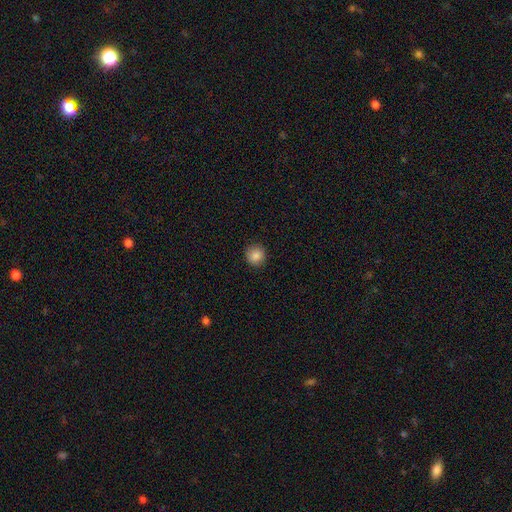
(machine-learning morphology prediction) The model was most divided on "smooth or featured": smooth: 86%, star or artifact: 9%, featured or disk: 5%. More confident: how rounded — round (93%); merging — none (91%).